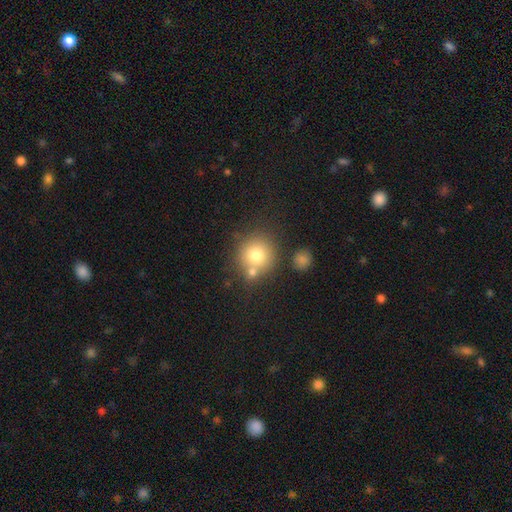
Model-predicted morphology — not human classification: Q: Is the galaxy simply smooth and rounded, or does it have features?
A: smooth — 75%.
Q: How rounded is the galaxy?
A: round — 90%.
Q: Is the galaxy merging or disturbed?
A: none — 61%.